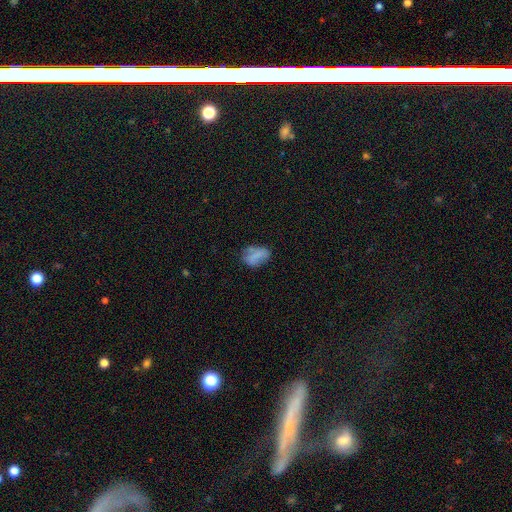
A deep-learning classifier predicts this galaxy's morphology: This is likely a smooth galaxy (71%). How rounded: clearly in between (85%). Merging: possibly none (56%).